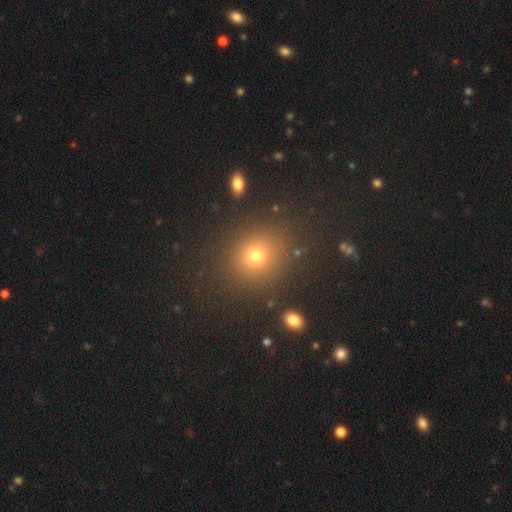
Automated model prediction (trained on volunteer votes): smooth 74%, star or artifact 18%, featured or disk 8%. Down the decision tree: how rounded — round (78%); merging — none (86%).